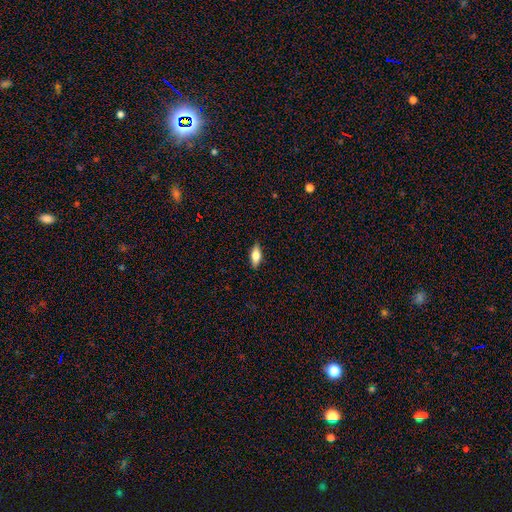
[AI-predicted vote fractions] This is likely a smooth galaxy (69%). How rounded: likely in between (76%). Merging: clearly none (88%).